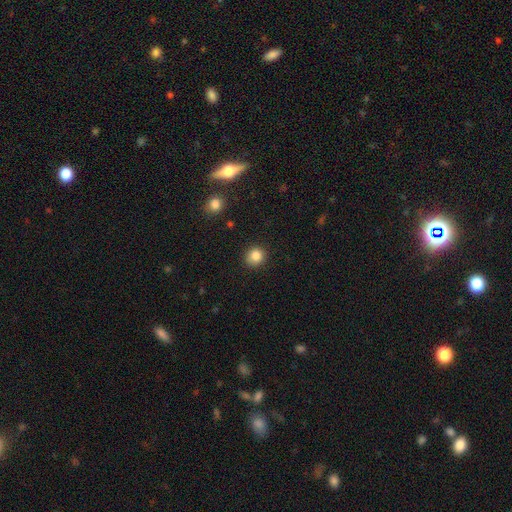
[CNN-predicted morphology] This is clearly a smooth galaxy (85%). How rounded: clearly round (87%). Merging: clearly none (87%).